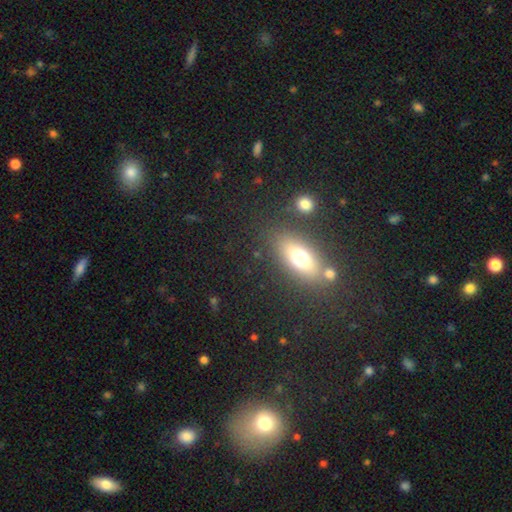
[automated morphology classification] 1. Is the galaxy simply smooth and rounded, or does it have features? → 61% smooth, 23% featured or disk, 16% star or artifact.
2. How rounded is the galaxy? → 71% in between, 21% cigar-shaped, 8% round.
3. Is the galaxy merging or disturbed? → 80% none, 10% minor disturbance, 6% merger, 4% major disturbance.